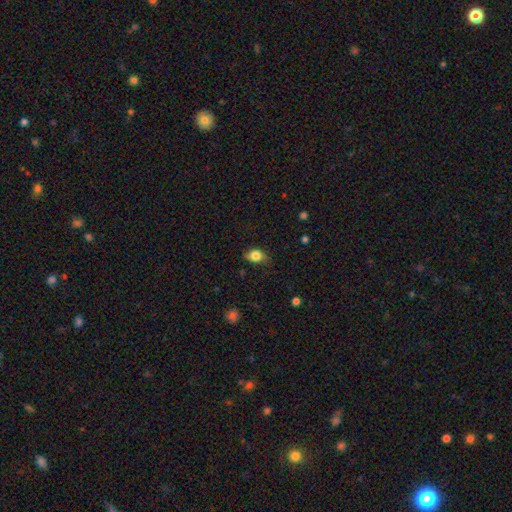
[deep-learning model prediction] Smooth or featured? Predicted: smooth (p=0.82). How rounded? Predicted: in between (p=0.70). Merging? Predicted: none (p=0.72).